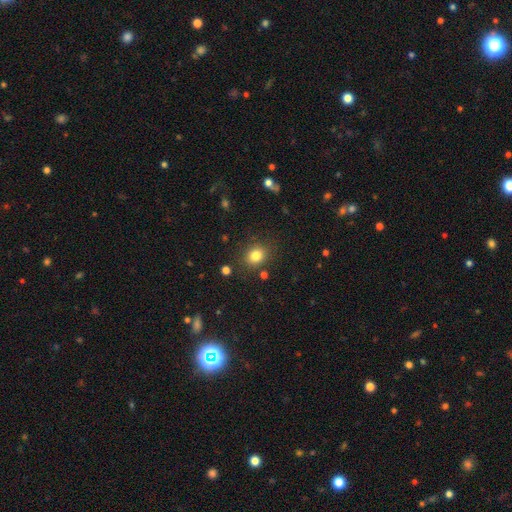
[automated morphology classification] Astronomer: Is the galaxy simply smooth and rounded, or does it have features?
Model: smooth — 82%.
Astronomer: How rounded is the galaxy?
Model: round — 66%.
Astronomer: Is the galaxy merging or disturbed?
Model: none — 84%.